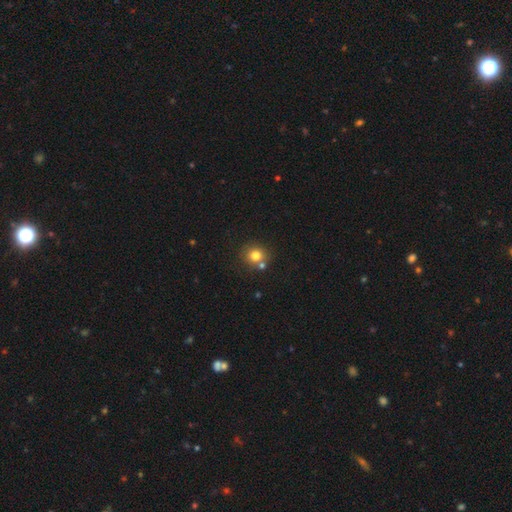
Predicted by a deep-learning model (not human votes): Smooth or featured: smooth — 78% (star or artifact — 12%)
How rounded: round — 87% (in between — 12%)
Merging: none — 69% (merger — 19%)